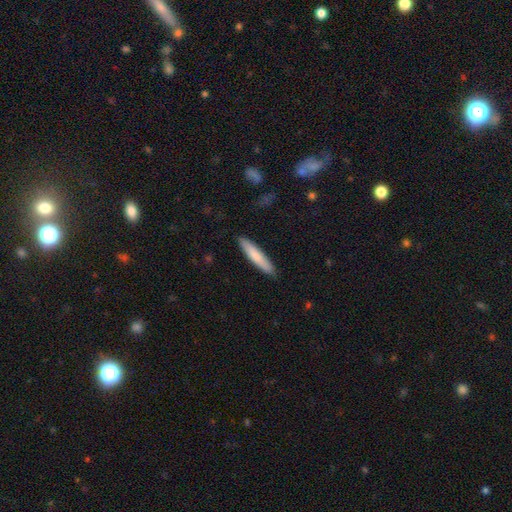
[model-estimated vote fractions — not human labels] Smooth or featured? smooth (78%)
How rounded? cigar-shaped (88%)
Merging? none (89%)